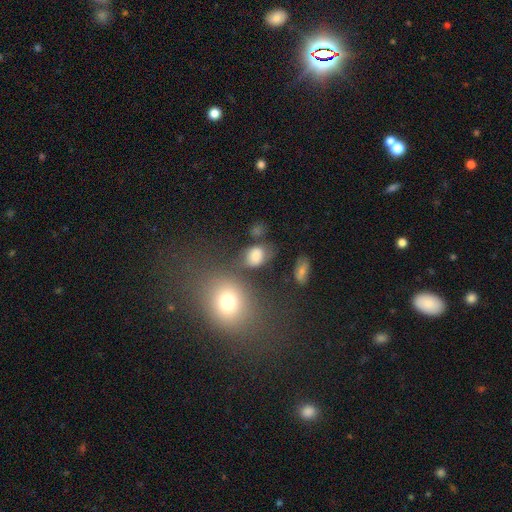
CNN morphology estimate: This appears to be a smooth galaxy with no disk features (73%) that is in between round and cigar-shaped (68%). Merging: none (51%).